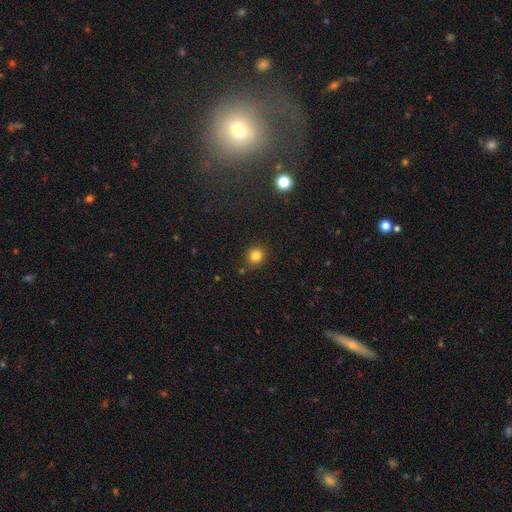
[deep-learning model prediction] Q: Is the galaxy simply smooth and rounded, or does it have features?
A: smooth — 82%.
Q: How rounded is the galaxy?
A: round — 87%.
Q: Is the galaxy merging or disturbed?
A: none — 83%.